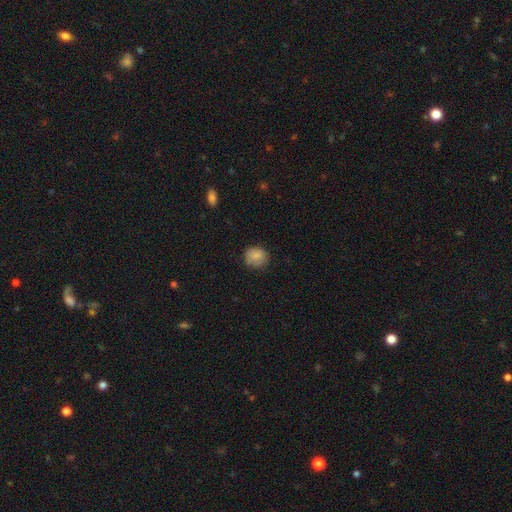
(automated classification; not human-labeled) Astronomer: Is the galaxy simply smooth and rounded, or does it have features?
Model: smooth — 84%.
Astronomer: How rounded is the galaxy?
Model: round — 77%.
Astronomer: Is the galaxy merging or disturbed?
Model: none — 77%.